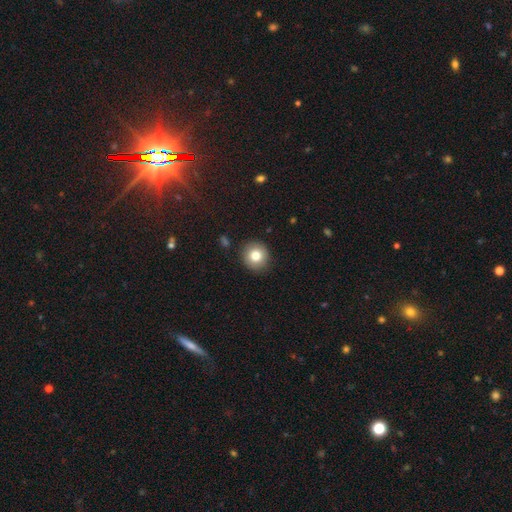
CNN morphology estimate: A smooth galaxy with no disk features (79%) that is round (91%).

Vote fractions:
- Smooth or featured? smooth: 79% / featured or disk: 11% / star or artifact: 10%
- How rounded? round: 91% / in between: 8% / cigar-shaped: 1%
- Merging? none: 89% / minor disturbance: 7% / major disturbance: 2% / merger: 1%